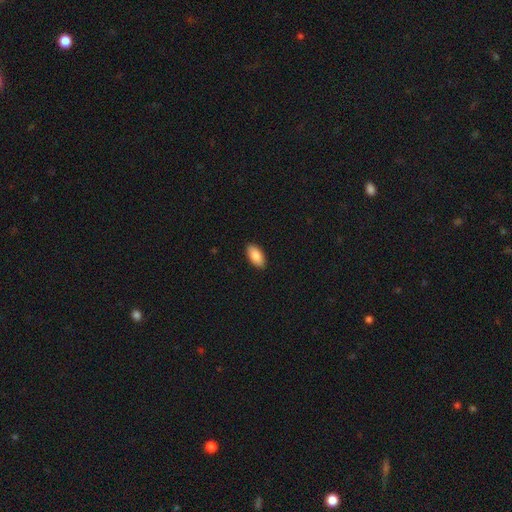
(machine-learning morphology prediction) A smooth galaxy with no disk features (88%) that is in between round and cigar-shaped (93%).

Vote fractions:
- Smooth or featured? smooth: 88% / star or artifact: 6% / featured or disk: 5%
- How rounded? in between: 93% / cigar-shaped: 5% / round: 2%
- Merging? none: 90% / minor disturbance: 7% / major disturbance: 2% / merger: 1%